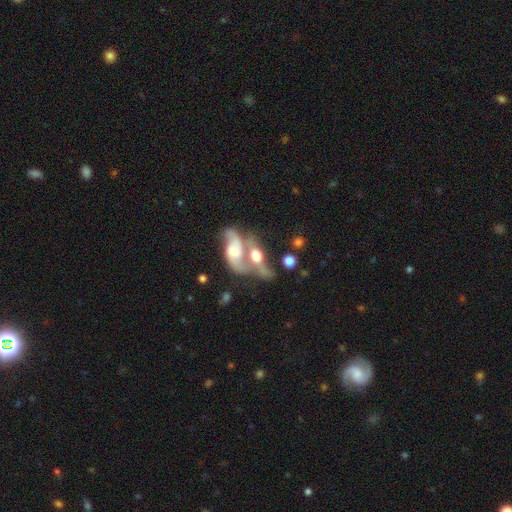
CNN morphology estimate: Smooth or featured? featured or disk (57%)
Edge-on disk? no (78%)
Merging? merger (70%)